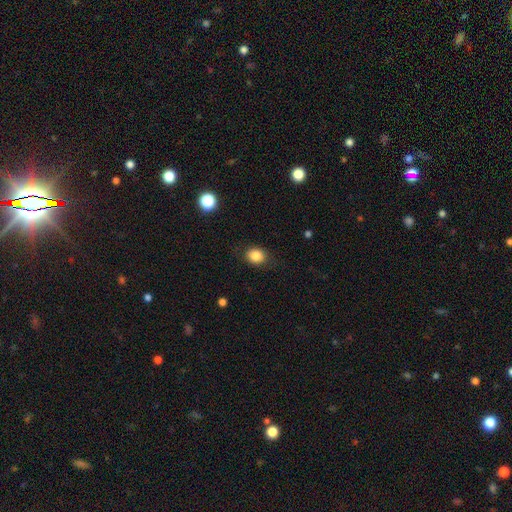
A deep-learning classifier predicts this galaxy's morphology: Smooth or featured? Predicted: smooth (p=0.85). How rounded? Predicted: round (p=0.58). Merging? Predicted: none (p=0.83).